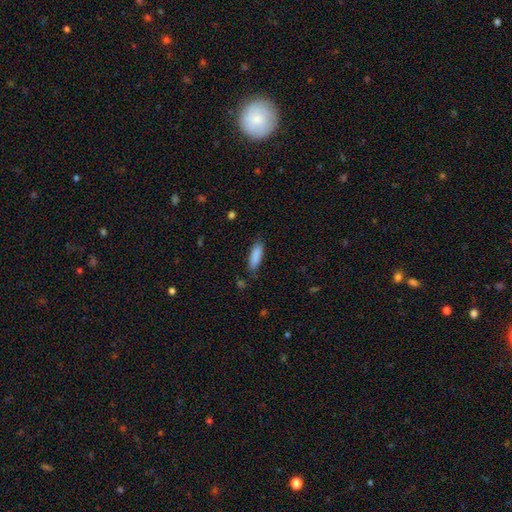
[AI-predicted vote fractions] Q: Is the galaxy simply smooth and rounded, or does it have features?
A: smooth — 88%.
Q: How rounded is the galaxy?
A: in between — 50%.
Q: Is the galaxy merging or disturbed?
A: none — 81%.